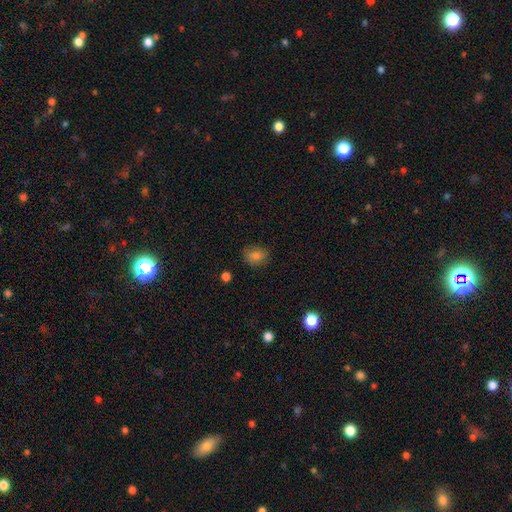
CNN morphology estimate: This appears to be a smooth galaxy with no disk features (80%) that is round (51%). Merging: none (81%).